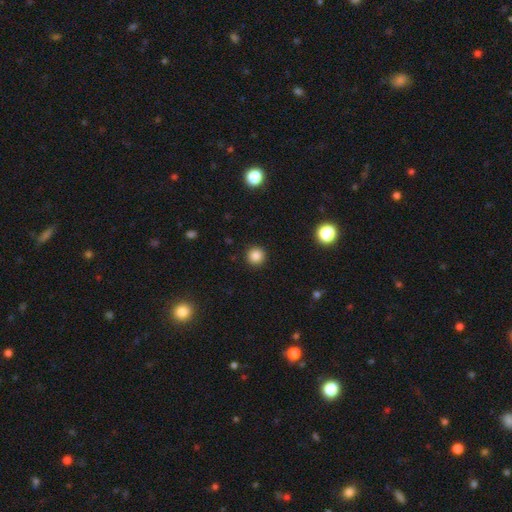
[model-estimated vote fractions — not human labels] smooth-or-featured: smooth: 85% | star or artifact: 11% | featured or disk: 4%
  how-rounded: round: 95% | in between: 4% | cigar-shaped: 1%
  merging: none: 92% | minor disturbance: 5% | major disturbance: 2% | merger: 1%